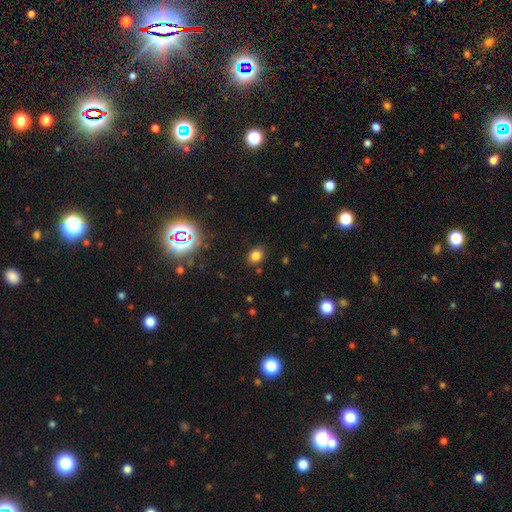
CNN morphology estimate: A smooth galaxy with no disk features (77%) that is in between round and cigar-shaped (55%).

Vote fractions:
- Smooth or featured? smooth: 77% / star or artifact: 17% / featured or disk: 6%
- How rounded? in between: 55% / round: 44% / cigar-shaped: 1%
- Merging? none: 84% / minor disturbance: 11% / major disturbance: 3% / merger: 2%